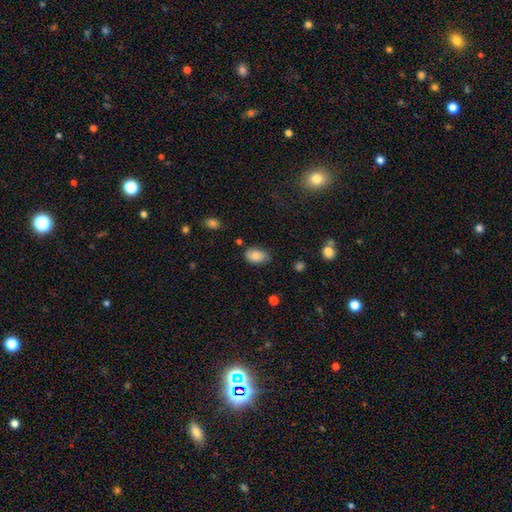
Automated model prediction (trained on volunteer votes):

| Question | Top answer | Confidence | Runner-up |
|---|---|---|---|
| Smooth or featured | smooth | 84% | featured or disk (8%) |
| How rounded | in between | 90% | round (9%) |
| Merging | none | 72% | minor disturbance (22%) |